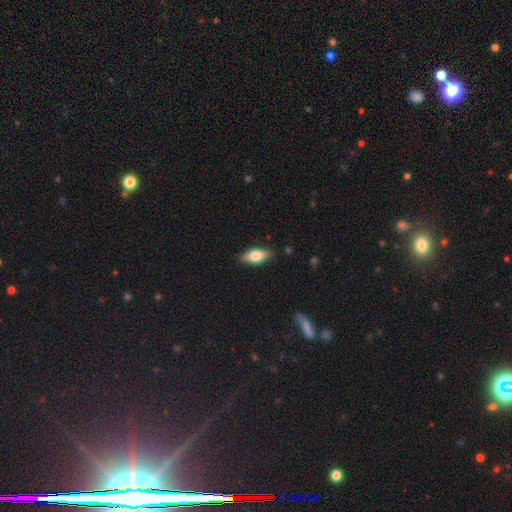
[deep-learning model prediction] Morphology: type=smooth (66%); roundness=in between (82%); merging=none (83%).